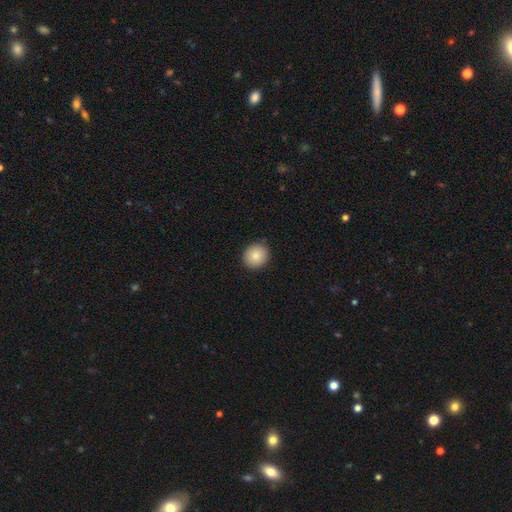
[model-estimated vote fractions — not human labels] The model was most divided on "how rounded": round: 86%, in between: 13%, cigar-shaped: 1%. More confident: merging — none (91%); smooth or featured — smooth (85%).